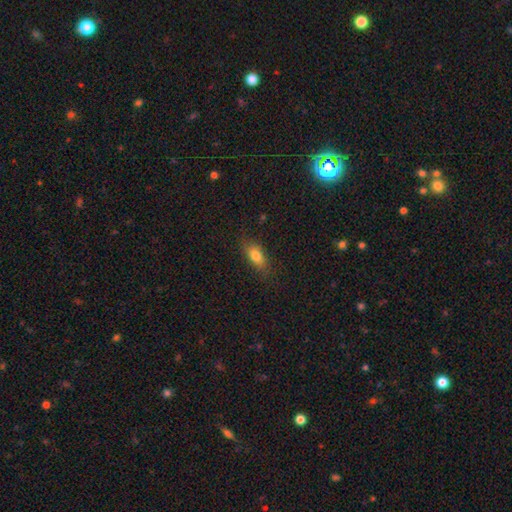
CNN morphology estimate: Q: Smooth or featured?
A: smooth (79%); runner-up: featured or disk (12%)
Q: How rounded?
A: in between (79%); runner-up: cigar-shaped (15%)
Q: Merging?
A: none (80%); runner-up: minor disturbance (15%)